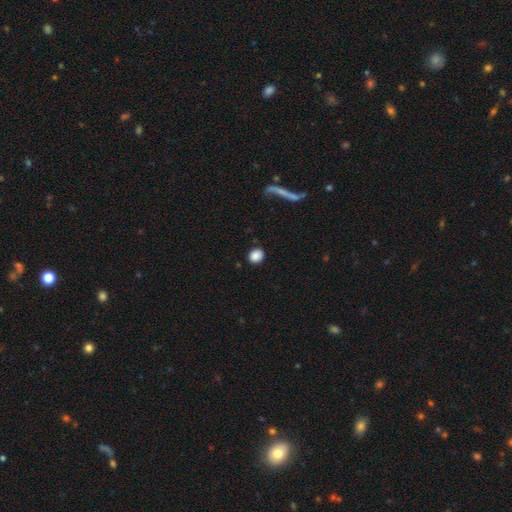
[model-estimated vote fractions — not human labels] Overall: smooth (87%). How rounded: round (69%). Merging: none (88%).